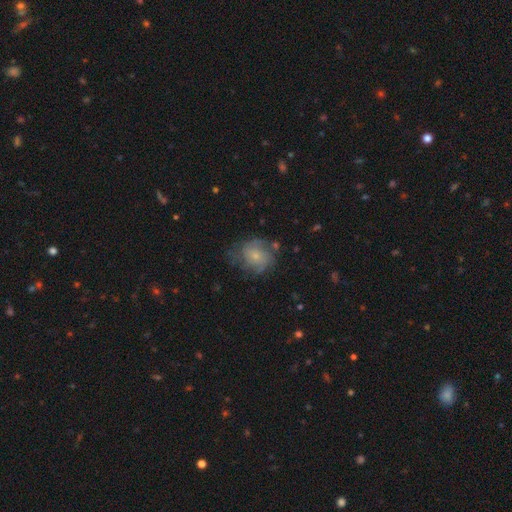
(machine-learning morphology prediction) The model was most divided on "smooth or featured": featured or disk: 49%, smooth: 41%, star or artifact: 9%. More confident: merging — none (55%).